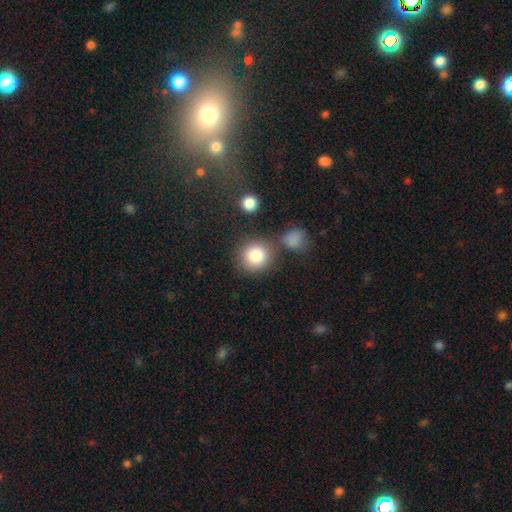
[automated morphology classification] smooth-or-featured: smooth: 85% | star or artifact: 8% | featured or disk: 6%
  how-rounded: round: 89% | in between: 10% | cigar-shaped: 1%
  merging: none: 70% | merger: 14% | minor disturbance: 11% | major disturbance: 5%